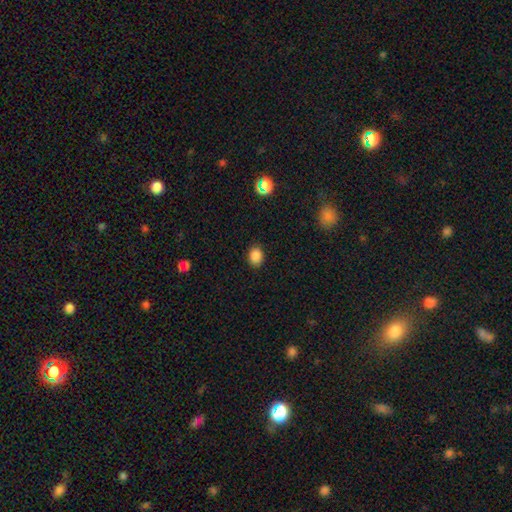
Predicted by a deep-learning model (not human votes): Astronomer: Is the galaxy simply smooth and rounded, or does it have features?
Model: smooth — 86%.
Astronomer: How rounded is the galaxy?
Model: in between — 60% (runner-up: round, 39%).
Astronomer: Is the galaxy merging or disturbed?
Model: none — 87%.